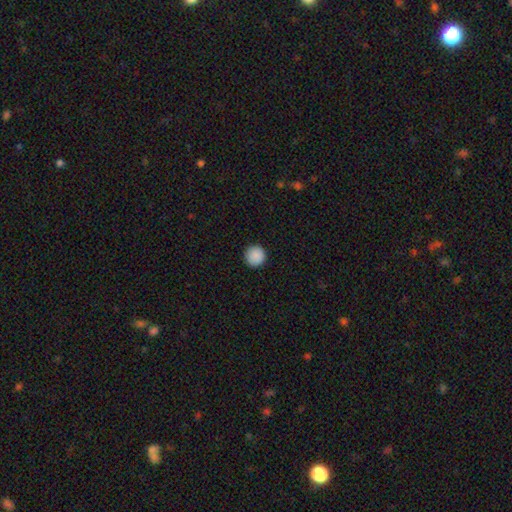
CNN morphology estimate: Smooth or featured? Predicted: smooth (p=0.90). How rounded? Predicted: round (p=0.96). Merging? Predicted: none (p=0.93).